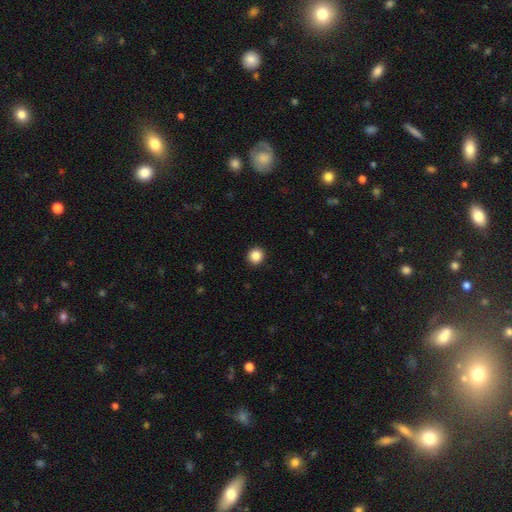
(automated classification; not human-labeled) Q: Smooth or featured?
A: smooth (86%); runner-up: star or artifact (10%)
Q: How rounded?
A: round (93%); runner-up: in between (6%)
Q: Merging?
A: none (93%); runner-up: minor disturbance (5%)